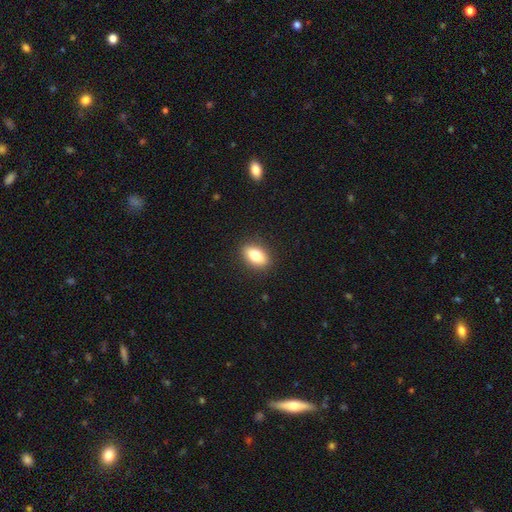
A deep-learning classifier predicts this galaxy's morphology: Smooth or featured? smooth (81%)
How rounded? in between (86%)
Merging? none (89%)